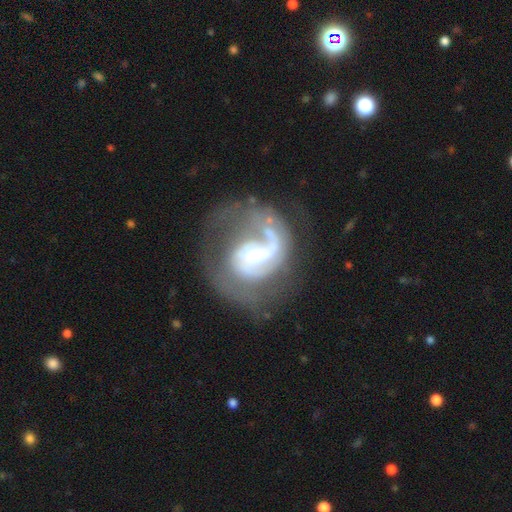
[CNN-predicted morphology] This is clearly a featured or disk galaxy (87%). It is clearly not viewed edge-on (98%). Bar: possibly weak (51%). Spiral arm pattern: clearly yes (93%). Spiral arm count: possibly 1 (52%). Spiral winding: possibly medium (45%). Central bulge: possibly moderate (56%). Merging: marginally none (40%).